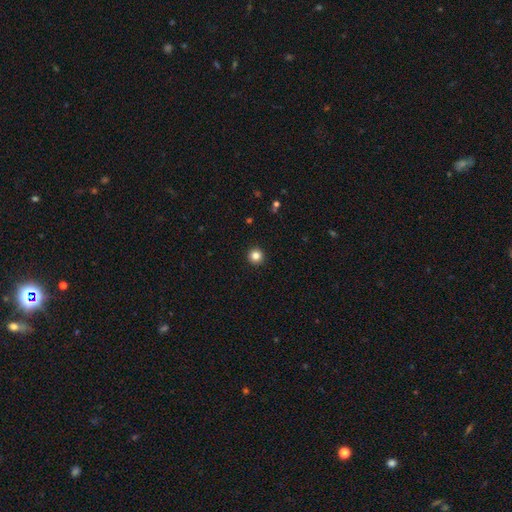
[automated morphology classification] smooth_or_featured: smooth (p=0.84) [alt: star or artifact p=0.12]
how_rounded: round (p=0.96) [alt: in between p=0.03]
merging: none (p=0.94) [alt: minor disturbance p=0.04]